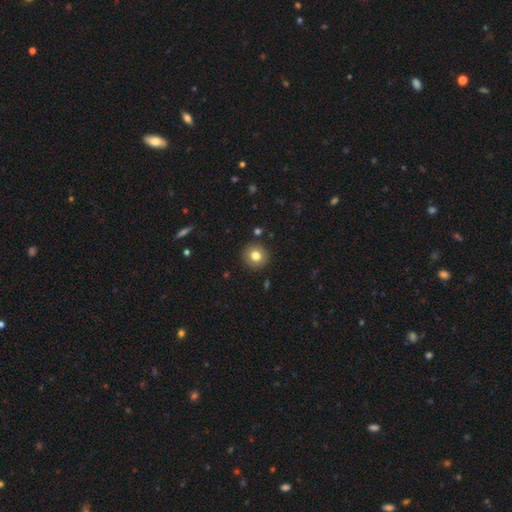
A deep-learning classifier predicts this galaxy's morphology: Smooth or featured?
  - smooth: 79% *
  - featured or disk: 11%
  - star or artifact: 11%
How rounded?
  - round: 93% *
  - in between: 6%
  - cigar-shaped: 1%
Merging?
  - none: 91% *
  - minor disturbance: 6%
  - major disturbance: 2%
  - merger: 2%